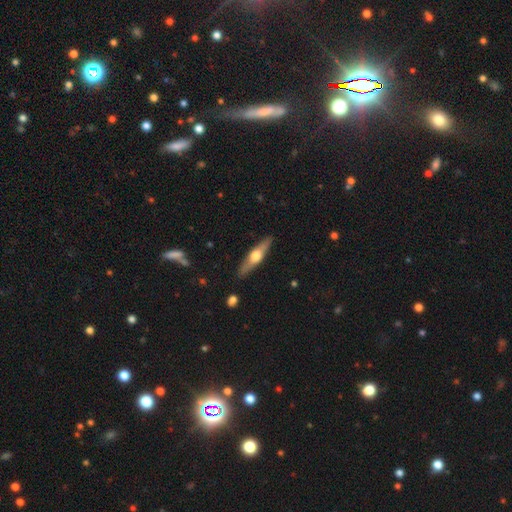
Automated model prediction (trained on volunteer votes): Smooth or featured: featured or disk — 61% (smooth — 34%)
Edge-on disk: yes — 94% (no — 6%)
Edge-on bulge: rounded — 94% (boxy — 3%)
Merging: none — 89% (minor disturbance — 8%)